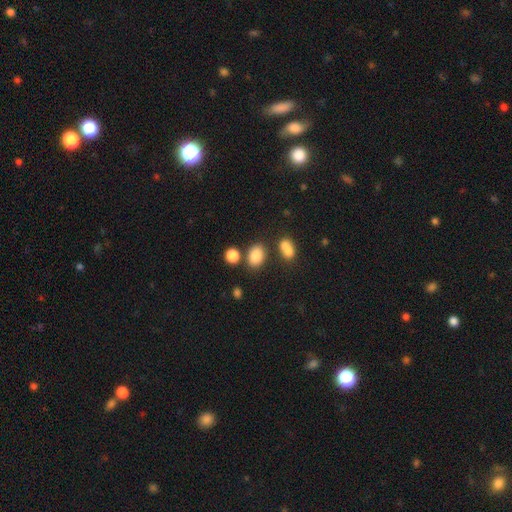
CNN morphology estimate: smooth_or_featured: smooth (p=0.84) [alt: star or artifact p=0.10]
how_rounded: in between (p=0.72) [alt: round p=0.27]
merging: none (p=0.71) [alt: merger p=0.13]